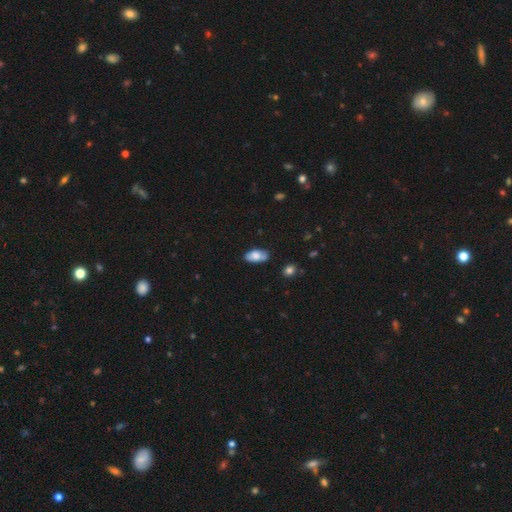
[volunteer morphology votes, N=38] Smooth or featured? smooth (76%)
How rounded? in between (97%)
Merging? none (81%)